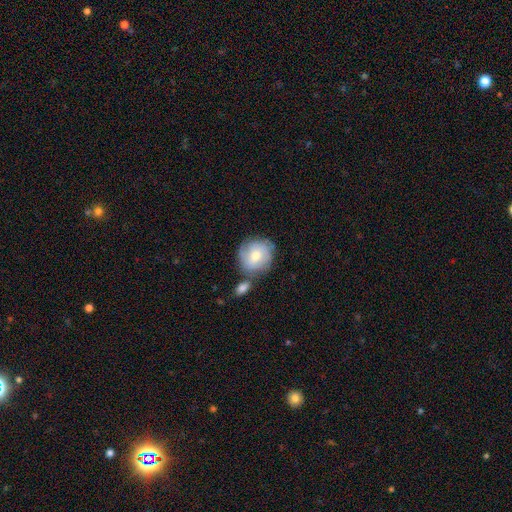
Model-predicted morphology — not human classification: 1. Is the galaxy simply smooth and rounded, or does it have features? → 61% smooth, 32% featured or disk, 7% star or artifact.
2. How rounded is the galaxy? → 84% round, 15% in between, 1% cigar-shaped.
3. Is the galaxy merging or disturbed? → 59% none, 18% merger, 18% minor disturbance, 5% major disturbance.